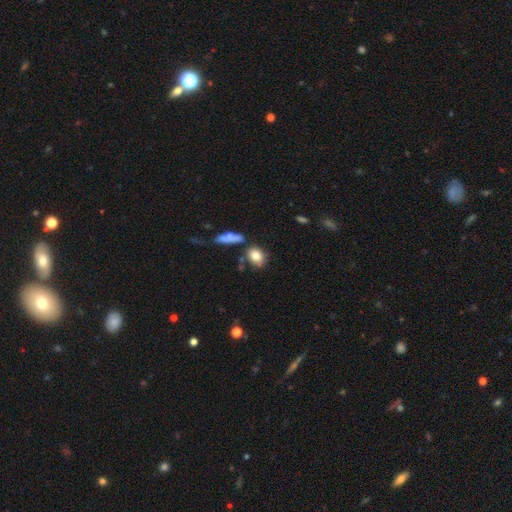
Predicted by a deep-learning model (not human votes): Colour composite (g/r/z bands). It shows a smooth galaxy with no disk features (80%) that is in between round and cigar-shaped (66%). Merging: none (62%).